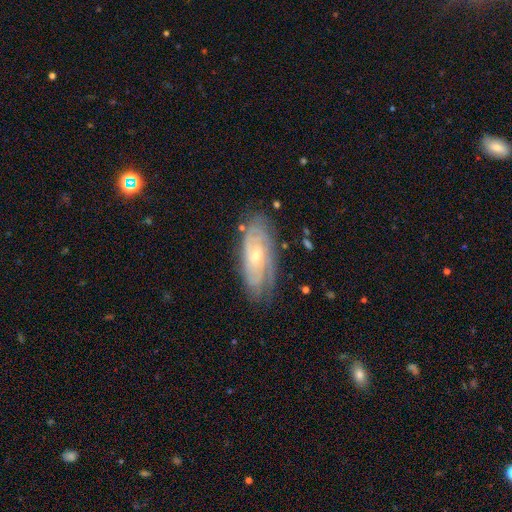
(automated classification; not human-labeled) Smooth or featured? featured or disk (80%)
Edge-on disk? no (91%)
Bar? no (68%)
Spiral arms? yes (94%)
Spiral winding? tight (70%)
Spiral arm count? can't tell (41%)
Bulge size? small (68%)
Merging? none (77%)